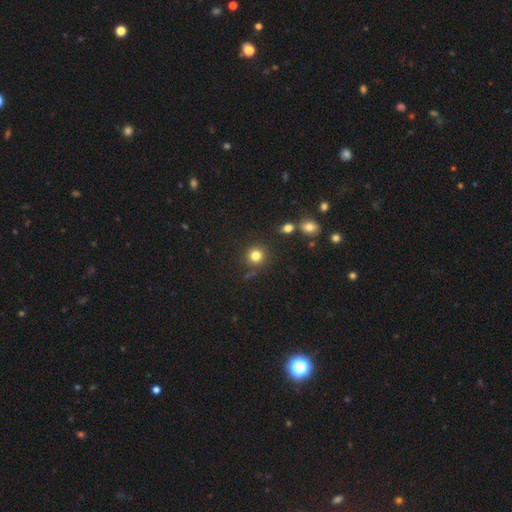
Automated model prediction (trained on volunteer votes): Smooth or featured? smooth (81%)
How rounded? round (93%)
Merging? none (85%)